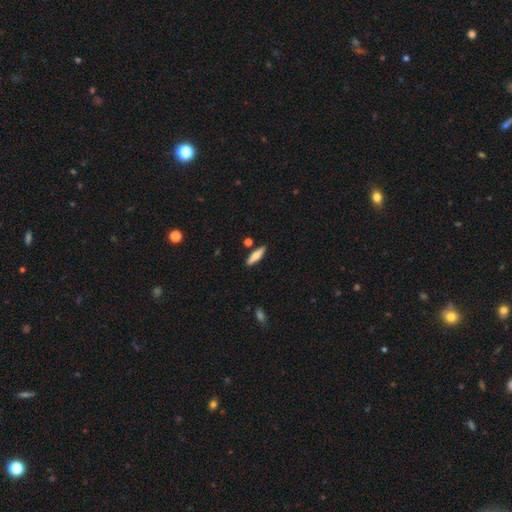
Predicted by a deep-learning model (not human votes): smooth-or-featured: smooth: 58% | featured or disk: 36% | star or artifact: 6%
  how-rounded: cigar-shaped: 70% | in between: 28% | round: 2%
  merging: none: 86% | minor disturbance: 9% | merger: 4% | major disturbance: 2%